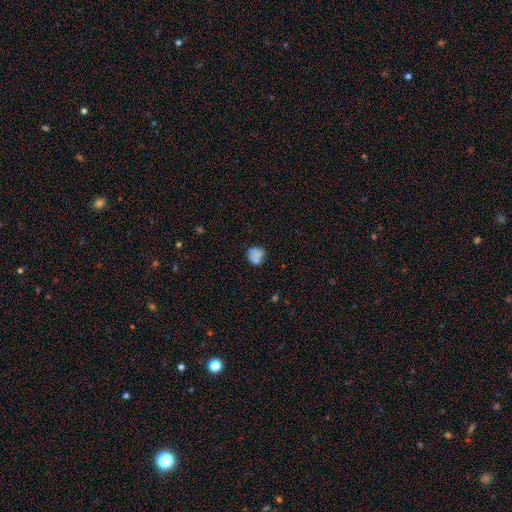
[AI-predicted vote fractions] smooth_or_featured: smooth (p=0.68) [alt: featured or disk p=0.20]
how_rounded: round (p=0.75) [alt: in between p=0.24]
merging: none (p=0.52) [alt: merger p=0.21]